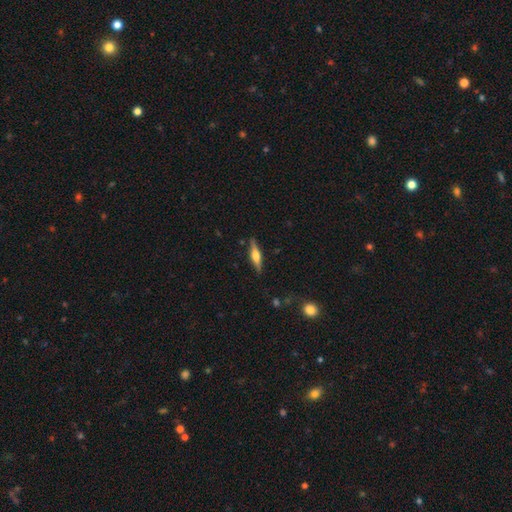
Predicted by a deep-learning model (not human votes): featured or disk 65%, smooth 29%, star or artifact 6%. Down the decision tree: edge-on disk — yes (97%); edge-on bulge — rounded (87%); merging — none (87%).